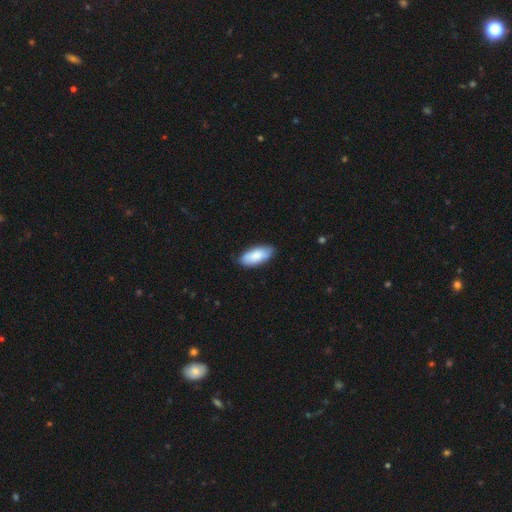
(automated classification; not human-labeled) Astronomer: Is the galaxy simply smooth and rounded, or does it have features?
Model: smooth — 85%.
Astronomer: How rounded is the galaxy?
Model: in between — 87%.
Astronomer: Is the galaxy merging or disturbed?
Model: none — 81%.